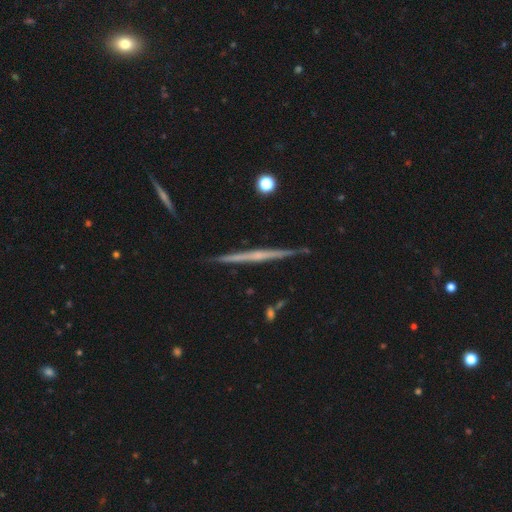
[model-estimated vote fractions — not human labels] This appears to be a featured or disk galaxy (73%) viewed edge-on (98%) with no central bulge (61%). Merging: none (90%).